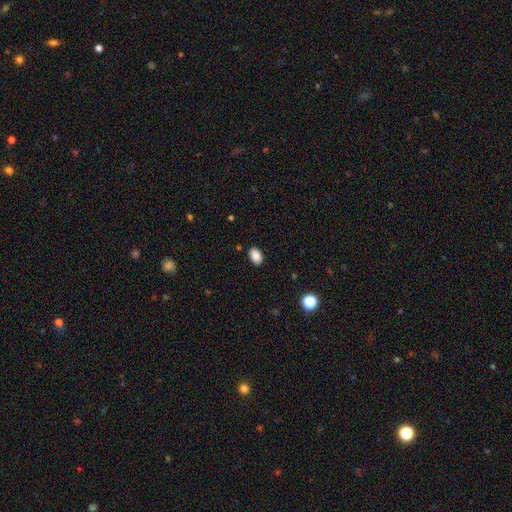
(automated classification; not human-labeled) This appears to be a smooth galaxy with no disk features (88%) that is in between round and cigar-shaped (88%). Merging: none (88%).